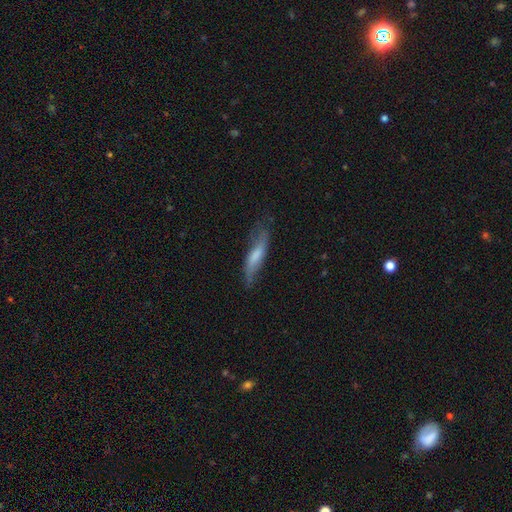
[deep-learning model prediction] This appears to be a smooth galaxy with no disk features (58%) that is cigar-shaped (72%). Merging: none (60%).